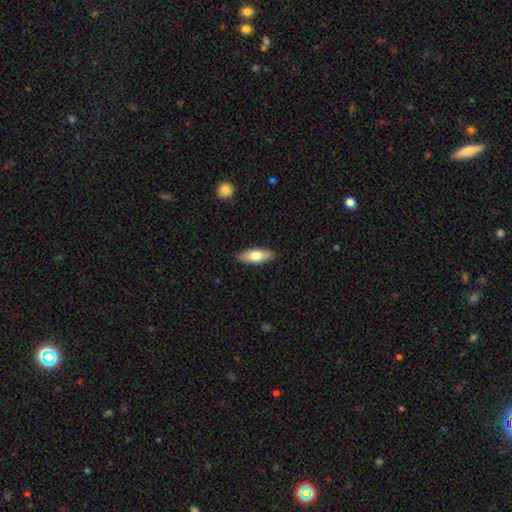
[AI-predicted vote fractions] The model was most divided on "how rounded": in between: 71%, cigar-shaped: 26%, round: 2%. More confident: merging — none (89%); smooth or featured — smooth (73%).